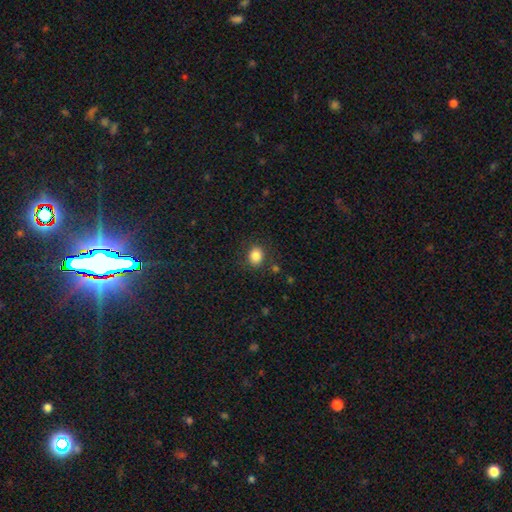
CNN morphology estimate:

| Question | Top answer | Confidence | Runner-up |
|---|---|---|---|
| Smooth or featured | smooth | 85% | star or artifact (10%) |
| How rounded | round | 60% | in between (39%) |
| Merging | none | 84% | minor disturbance (10%) |